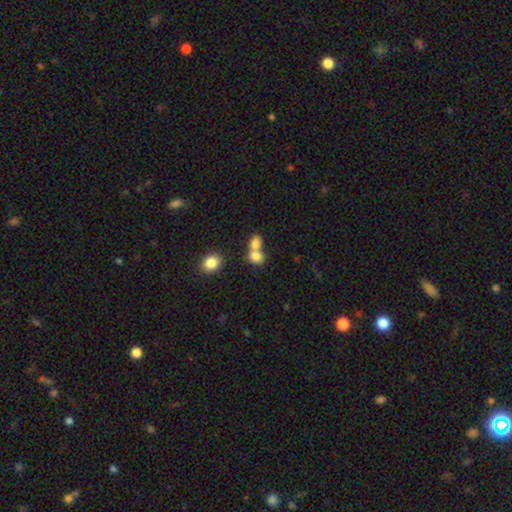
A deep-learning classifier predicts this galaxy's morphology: Smooth or featured: smooth — 80% (star or artifact — 10%)
How rounded: in between — 51% (round — 48%)
Merging: merger — 62% (none — 29%)